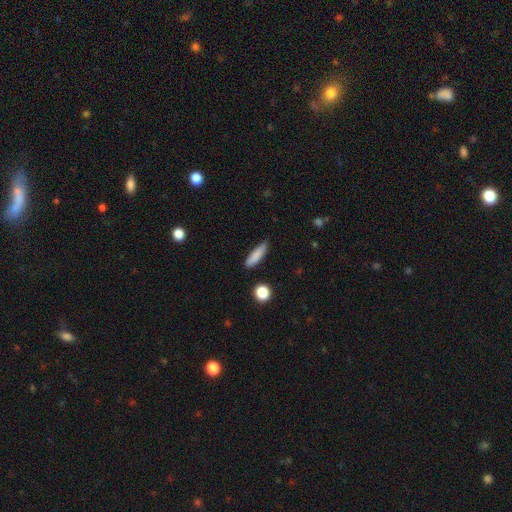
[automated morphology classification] A smooth galaxy with no disk features (83%) that is cigar-shaped (71%).

Vote fractions:
- Smooth or featured? smooth: 83% / featured or disk: 10% / star or artifact: 7%
- How rounded? cigar-shaped: 71% / in between: 27% / round: 2%
- Merging? none: 83% / minor disturbance: 13% / major disturbance: 2% / merger: 2%